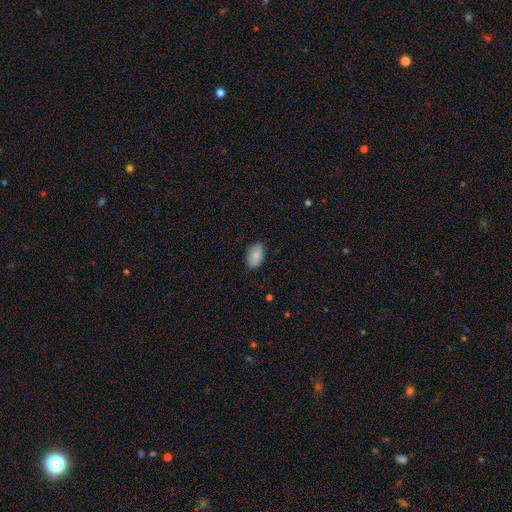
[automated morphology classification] Overall: smooth (85%). How rounded: in between (92%). Merging: none (82%).